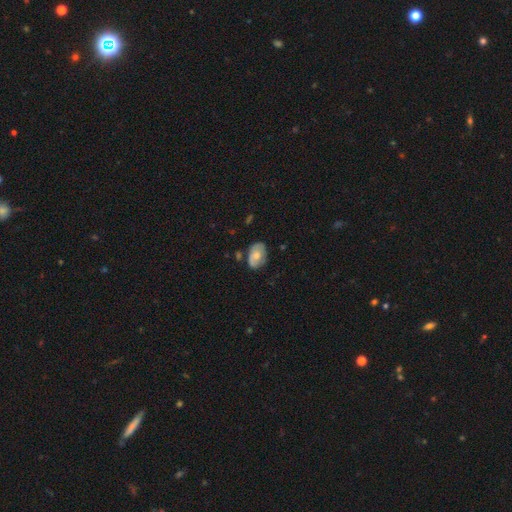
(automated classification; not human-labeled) Overall: smooth (57%; featured or disk 36%). How rounded: in between (82%). Merging: none (67%).